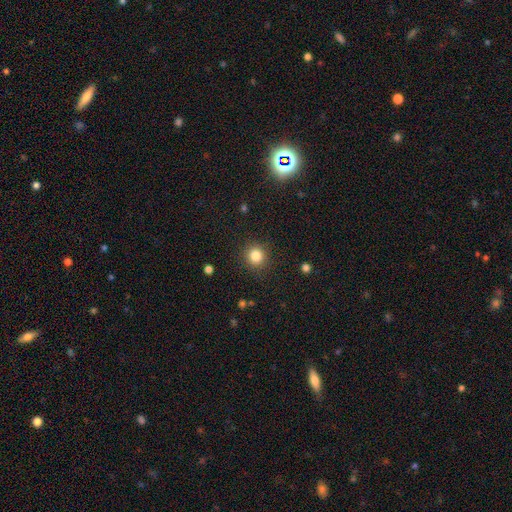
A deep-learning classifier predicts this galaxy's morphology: smooth-or-featured: smooth: 83% | star or artifact: 12% | featured or disk: 5%
  how-rounded: round: 91% | in between: 9% | cigar-shaped: 1%
  merging: none: 90% | minor disturbance: 7% | major disturbance: 3% | merger: 1%